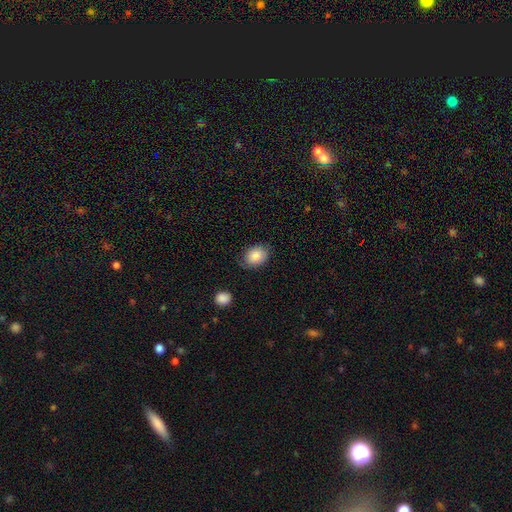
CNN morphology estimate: Smooth or featured? smooth (84%)
How rounded? in between (65%)
Merging? none (72%)